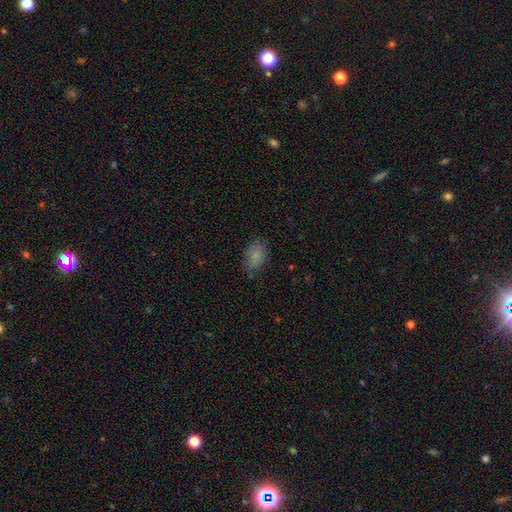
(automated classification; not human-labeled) Smooth or featured?
  - smooth: 82% *
  - star or artifact: 9%
  - featured or disk: 8%
How rounded?
  - in between: 85% *
  - round: 13%
  - cigar-shaped: 2%
Merging?
  - none: 76% *
  - minor disturbance: 19%
  - major disturbance: 4%
  - merger: 1%